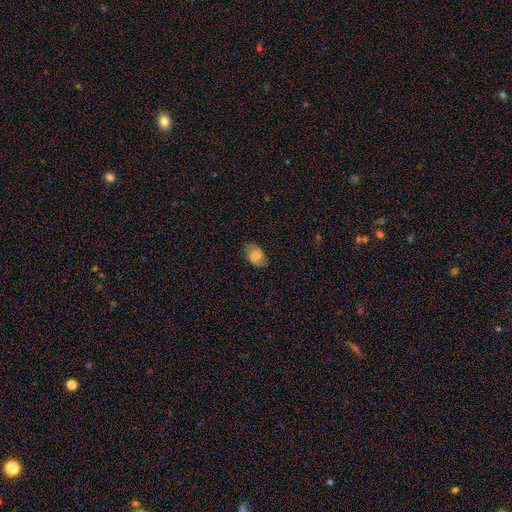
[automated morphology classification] Overall: smooth (73%). How rounded: in between (81%). Merging: none (73%).